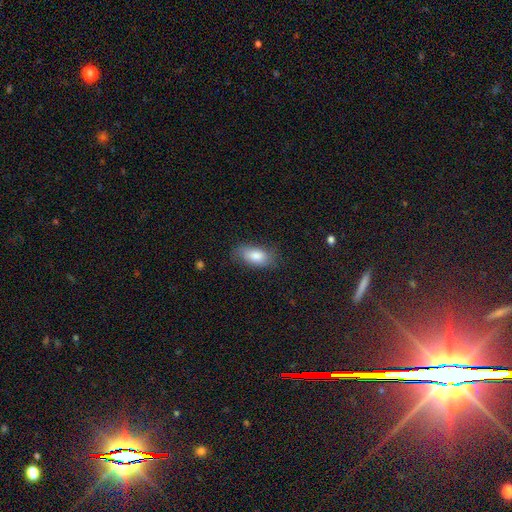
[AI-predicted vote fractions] Morphology: type=smooth (81%); roundness=in between (90%); merging=none (74%).